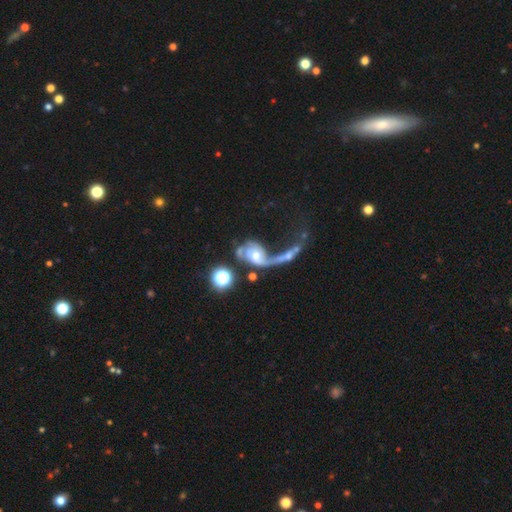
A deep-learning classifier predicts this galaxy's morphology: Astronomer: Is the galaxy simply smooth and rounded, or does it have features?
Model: featured or disk — 73%.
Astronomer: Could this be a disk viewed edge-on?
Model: no — 95%.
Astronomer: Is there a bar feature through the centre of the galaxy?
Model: no — 68%.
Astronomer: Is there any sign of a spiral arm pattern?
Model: yes — 81%.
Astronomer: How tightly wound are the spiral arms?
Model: loose — 63%.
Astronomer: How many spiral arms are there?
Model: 1 — 47% (runner-up: 2, 36%).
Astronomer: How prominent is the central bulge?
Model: moderate — 56%.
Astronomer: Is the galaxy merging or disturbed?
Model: merger — 44% (runner-up: major disturbance, 33%).